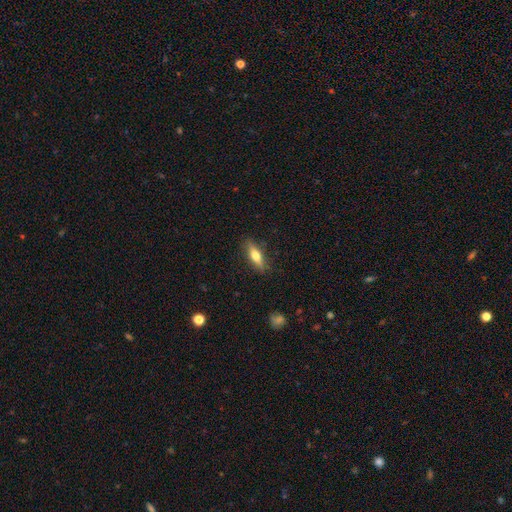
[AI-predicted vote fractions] The model was most divided on "how rounded": cigar-shaped: 51%, in between: 46%, round: 3%. More confident: merging — none (84%); smooth or featured — smooth (63%).